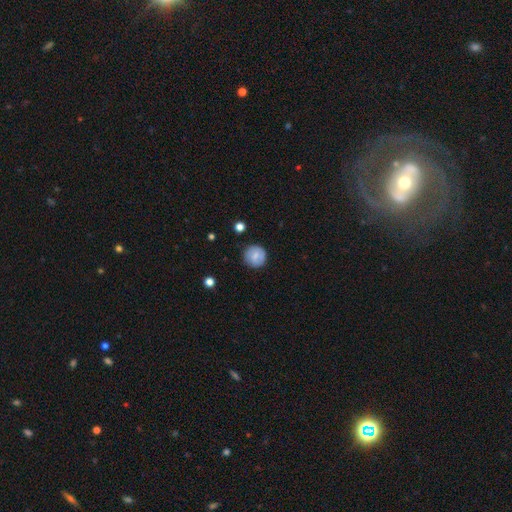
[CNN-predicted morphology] Smooth or featured? Predicted: smooth (p=0.71). How rounded? Predicted: round (p=0.93). Merging? Predicted: none (p=0.85).